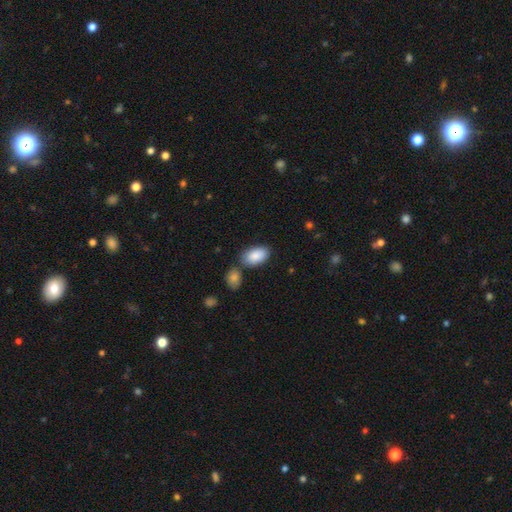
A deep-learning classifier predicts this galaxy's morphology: Smooth or featured? Predicted: smooth (p=0.88). How rounded? Predicted: in between (p=0.95). Merging? Predicted: none (p=0.67).